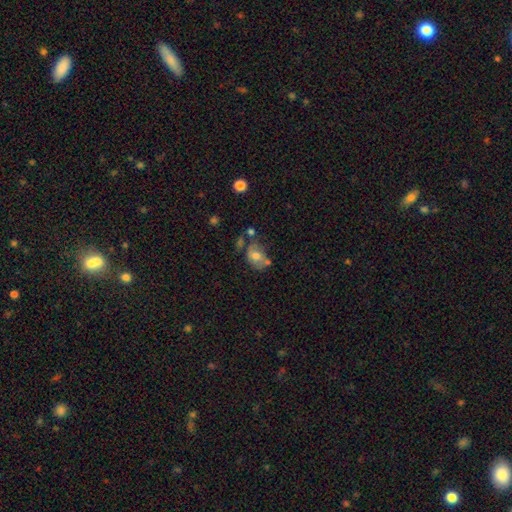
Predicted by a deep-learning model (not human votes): Smooth or featured? Predicted: smooth (p=0.58). How rounded? Predicted: in between (p=0.68). Merging? Predicted: none (p=0.39).